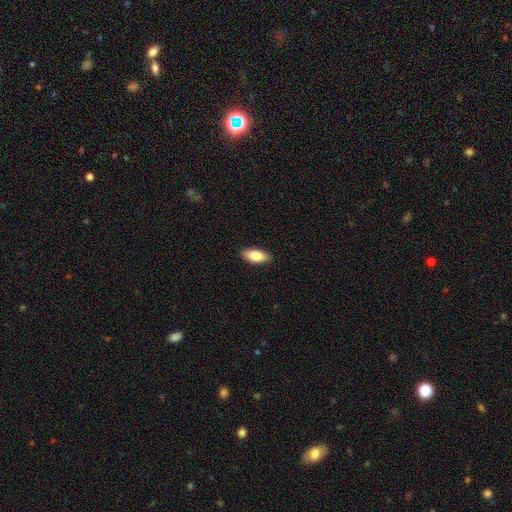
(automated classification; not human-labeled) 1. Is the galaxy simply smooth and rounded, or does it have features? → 82% smooth, 12% featured or disk, 6% star or artifact.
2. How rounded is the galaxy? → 85% in between, 12% cigar-shaped, 3% round.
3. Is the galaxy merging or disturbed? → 89% none, 8% minor disturbance, 2% major disturbance, 1% merger.